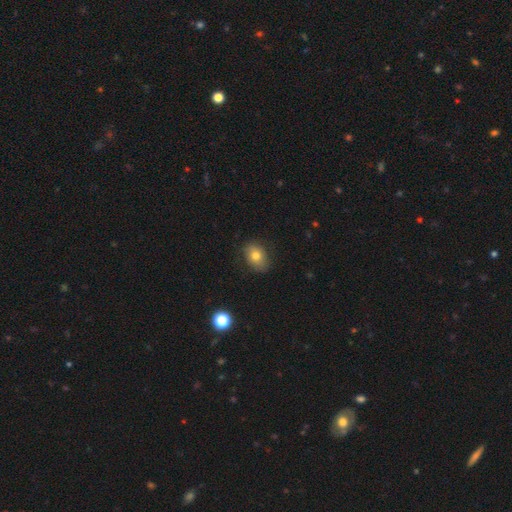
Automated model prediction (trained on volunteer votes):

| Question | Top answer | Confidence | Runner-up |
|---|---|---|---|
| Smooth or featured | smooth | 76% | featured or disk (14%) |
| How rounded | in between | 75% | round (24%) |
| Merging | none | 80% | minor disturbance (15%) |